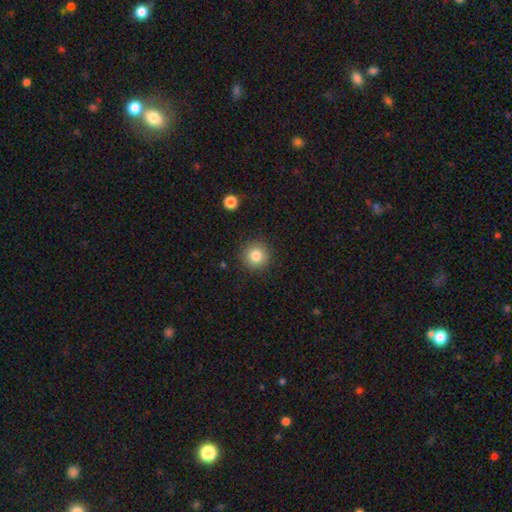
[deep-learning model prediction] smooth-or-featured: smooth: 82% | star or artifact: 10% | featured or disk: 7%
  how-rounded: round: 94% | in between: 5% | cigar-shaped: 1%
  merging: none: 89% | minor disturbance: 7% | major disturbance: 2% | merger: 1%